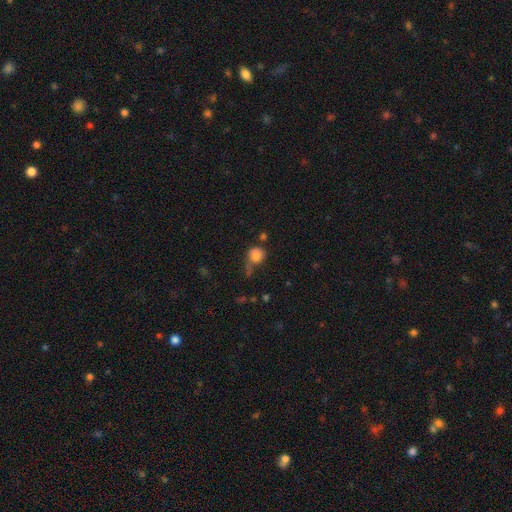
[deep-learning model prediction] The model was most divided on "merging": none: 44%, minor disturbance: 23%, merger: 18%, major disturbance: 16%. More confident: smooth or featured — smooth (79%); how rounded — round (77%).